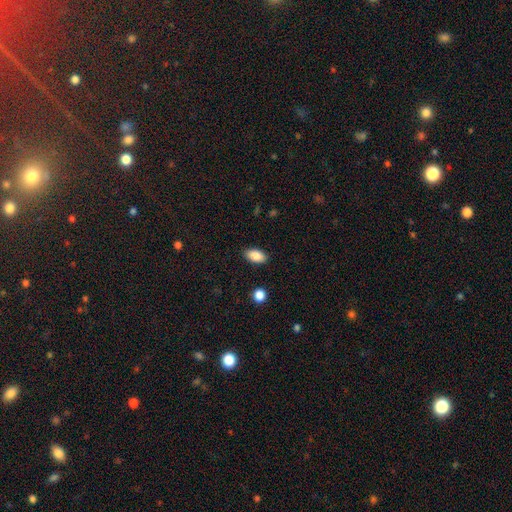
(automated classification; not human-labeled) Smooth or featured?
  - smooth: 87% *
  - star or artifact: 8%
  - featured or disk: 5%
How rounded?
  - in between: 93% *
  - round: 4%
  - cigar-shaped: 3%
Merging?
  - none: 88% *
  - minor disturbance: 9%
  - major disturbance: 2%
  - merger: 1%